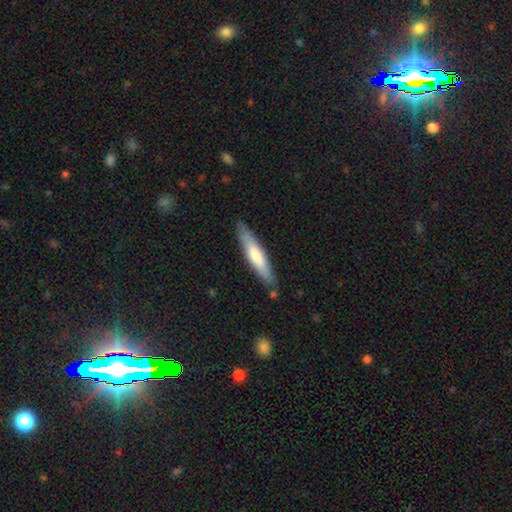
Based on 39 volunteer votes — This is possibly a smooth galaxy (54%). How rounded: clearly cigar-shaped (86%). Merging: clearly none (80%).